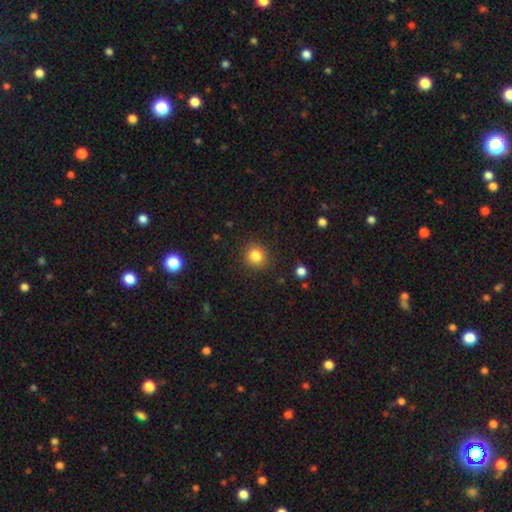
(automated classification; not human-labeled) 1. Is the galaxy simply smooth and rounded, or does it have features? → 83% smooth, 11% star or artifact, 5% featured or disk.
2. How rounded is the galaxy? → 88% round, 11% in between, 1% cigar-shaped.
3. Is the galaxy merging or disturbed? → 89% none, 7% minor disturbance, 3% major disturbance, 1% merger.